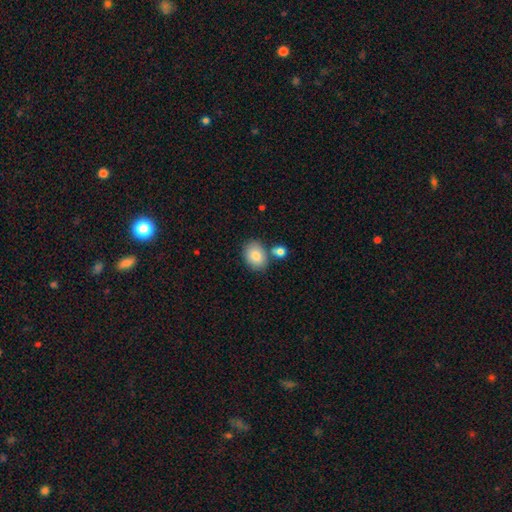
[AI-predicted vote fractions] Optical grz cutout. It shows a smooth galaxy with no disk features (83%) that is in between round and cigar-shaped (71%). Merging: none (67%).